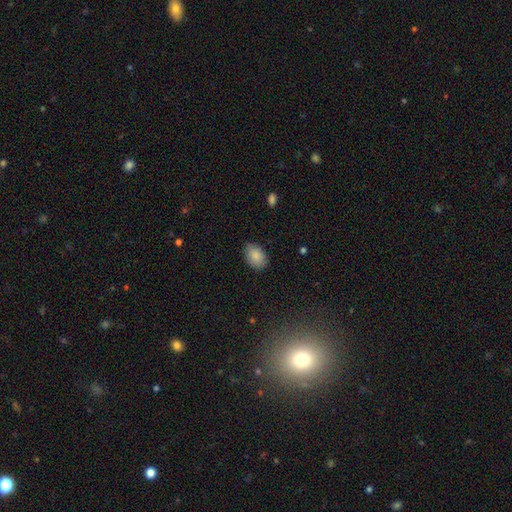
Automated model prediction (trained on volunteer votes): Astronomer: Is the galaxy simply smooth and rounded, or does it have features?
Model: smooth — 87%.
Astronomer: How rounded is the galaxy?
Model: in between — 85%.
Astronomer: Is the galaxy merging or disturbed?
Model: none — 83%.